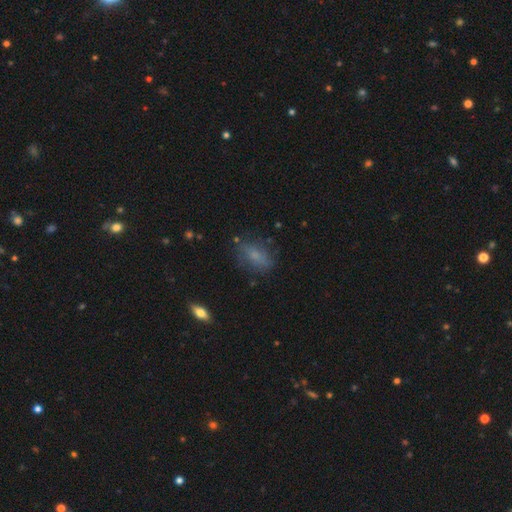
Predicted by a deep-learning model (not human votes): Smooth or featured: smooth — 66% (featured or disk — 22%)
How rounded: in between — 80% (round — 12%)
Merging: none — 70% (minor disturbance — 20%)